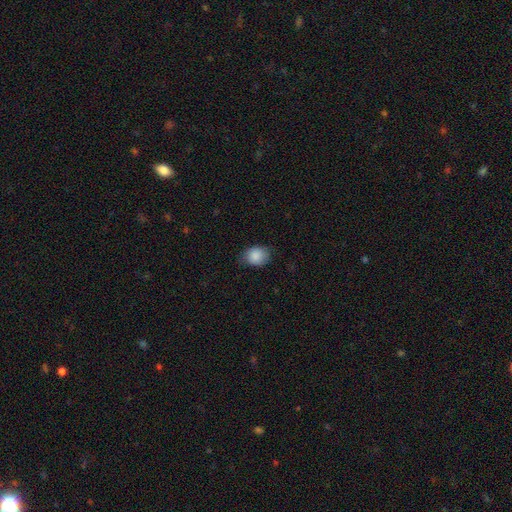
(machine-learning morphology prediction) Overall: smooth (87%). How rounded: in between (53%; round 46%). Merging: none (71%).